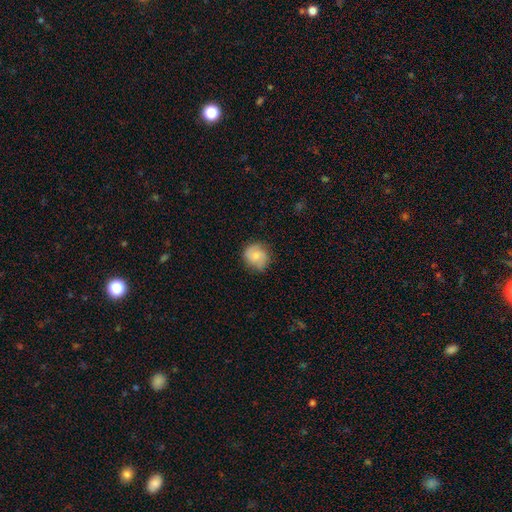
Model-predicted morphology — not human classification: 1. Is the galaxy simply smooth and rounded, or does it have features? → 65% smooth, 28% featured or disk, 8% star or artifact.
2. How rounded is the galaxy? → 81% round, 18% in between, 1% cigar-shaped.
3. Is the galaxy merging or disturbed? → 75% none, 19% minor disturbance, 5% major disturbance, 1% merger.